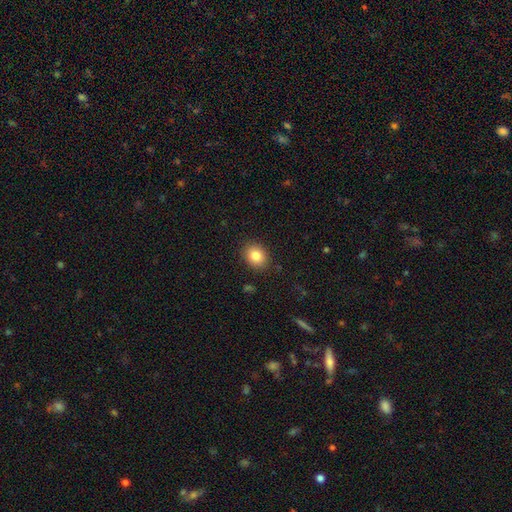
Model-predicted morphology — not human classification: This is clearly a smooth galaxy (84%). How rounded: possibly round (53%). Merging: clearly none (88%).